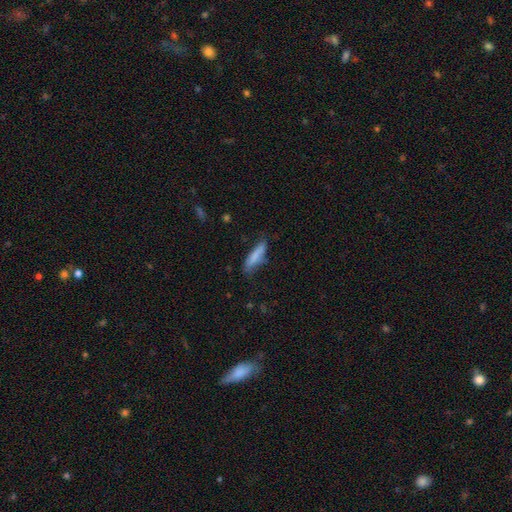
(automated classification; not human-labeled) smooth_or_featured: smooth (p=0.80) [alt: featured or disk p=0.13]
how_rounded: cigar-shaped (p=0.71) [alt: in between p=0.27]
merging: none (p=0.61) [alt: minor disturbance p=0.28]